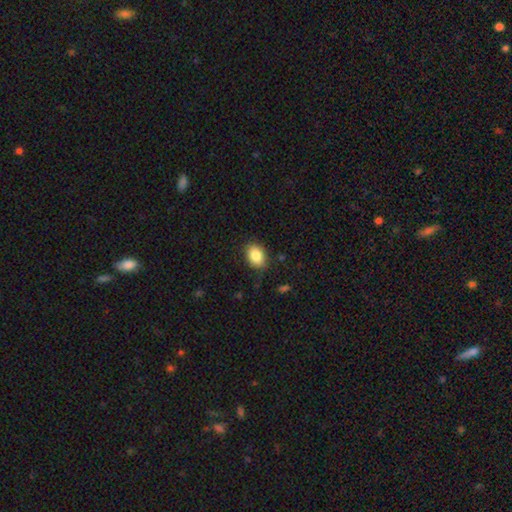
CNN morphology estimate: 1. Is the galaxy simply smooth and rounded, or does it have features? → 86% smooth, 8% star or artifact, 6% featured or disk.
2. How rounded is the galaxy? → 79% in between, 20% round, 1% cigar-shaped.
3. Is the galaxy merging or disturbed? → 85% none, 12% minor disturbance, 3% major disturbance, 1% merger.